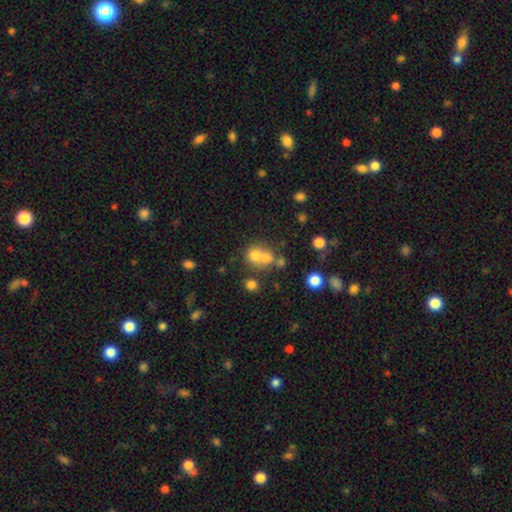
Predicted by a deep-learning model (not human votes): Smooth or featured? Predicted: smooth (p=0.68). How rounded? Predicted: round (p=0.77). Merging? Predicted: merger (p=0.52).